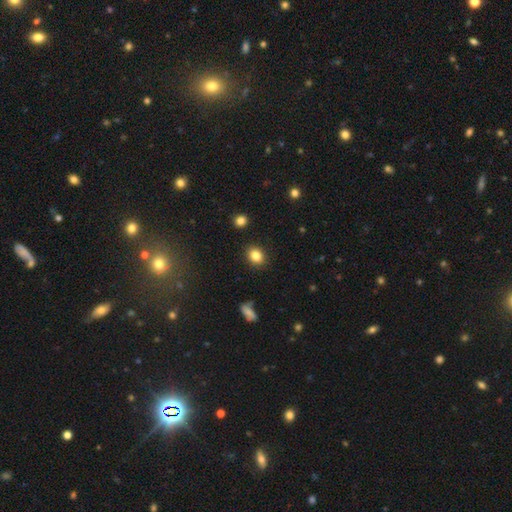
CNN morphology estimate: A smooth galaxy with no disk features (84%) that is round (54%).

Vote fractions:
- Smooth or featured? smooth: 84% / star or artifact: 10% / featured or disk: 6%
- How rounded? round: 54% / in between: 45% / cigar-shaped: 1%
- Merging? none: 88% / minor disturbance: 8% / major disturbance: 2% / merger: 2%